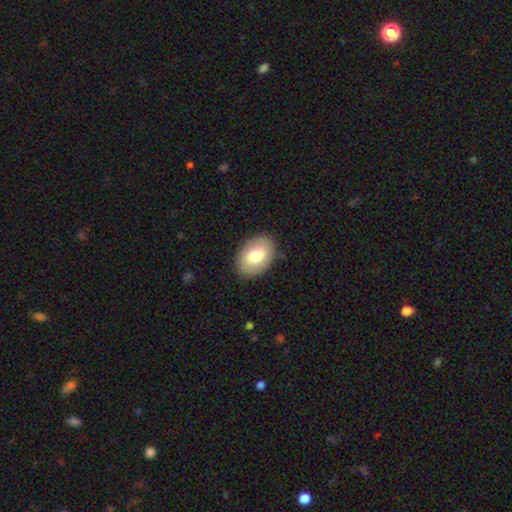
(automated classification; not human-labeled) The model was most divided on "smooth or featured": smooth: 75%, featured or disk: 18%, star or artifact: 7%. More confident: merging — none (86%); how rounded — in between (83%).